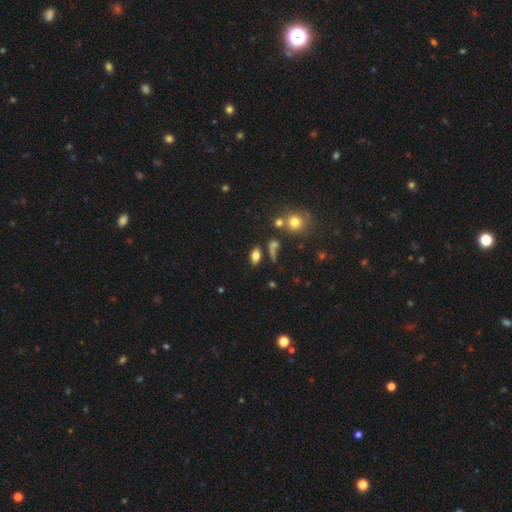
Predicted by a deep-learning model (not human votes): Q: Smooth or featured?
A: smooth (76%); runner-up: star or artifact (13%)
Q: How rounded?
A: in between (82%); runner-up: cigar-shaped (9%)
Q: Merging?
A: none (70%); runner-up: minor disturbance (13%)